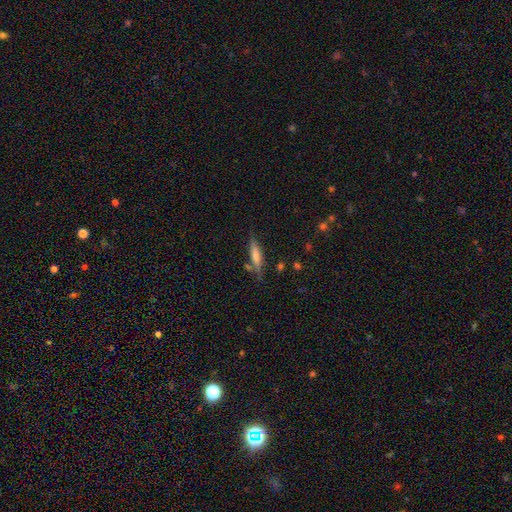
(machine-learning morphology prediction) This appears to be a smooth galaxy with no disk features (56%) that is cigar-shaped (83%). Merging: none (74%).